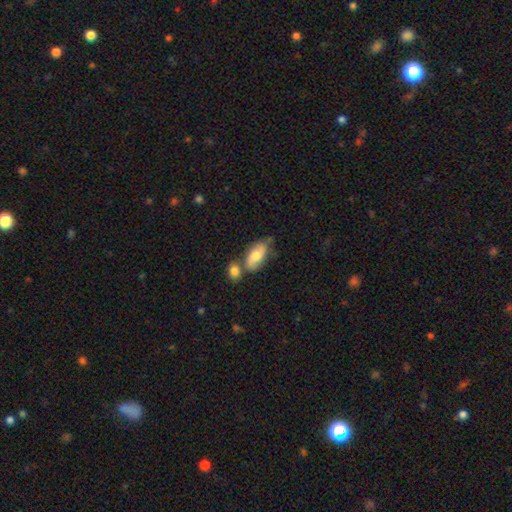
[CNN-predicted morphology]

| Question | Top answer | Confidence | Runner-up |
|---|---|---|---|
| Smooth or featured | smooth | 53% | featured or disk (39%) |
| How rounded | in between | 88% | cigar-shaped (6%) |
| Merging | none | 50% | merger (26%) |